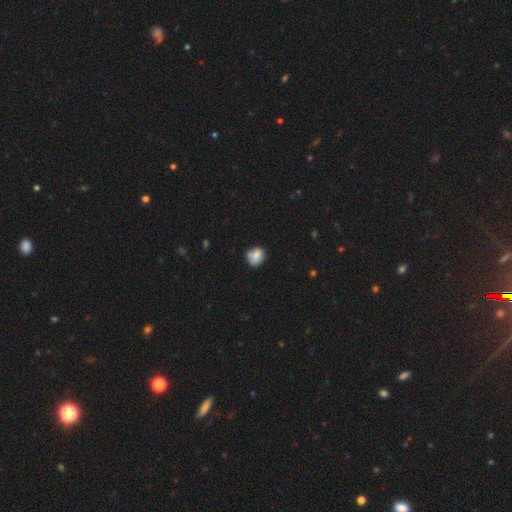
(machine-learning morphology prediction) This is likely a smooth galaxy (74%). How rounded: likely round (69%). Merging: possibly none (57%).